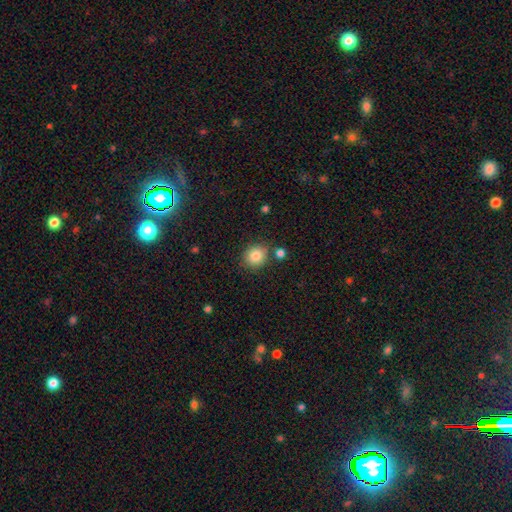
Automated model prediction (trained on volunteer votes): A smooth galaxy with no disk features (85%) that is round (79%). Merging: none (80%).